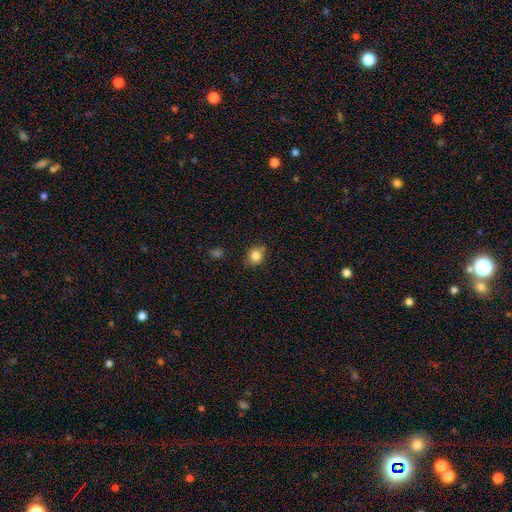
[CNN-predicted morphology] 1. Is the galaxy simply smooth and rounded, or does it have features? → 83% smooth, 11% star or artifact, 6% featured or disk.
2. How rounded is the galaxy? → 77% round, 22% in between, 1% cigar-shaped.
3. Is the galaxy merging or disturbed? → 74% none, 18% minor disturbance, 4% major disturbance, 4% merger.